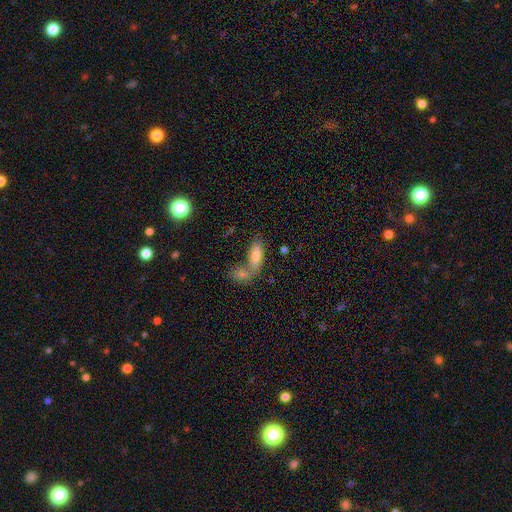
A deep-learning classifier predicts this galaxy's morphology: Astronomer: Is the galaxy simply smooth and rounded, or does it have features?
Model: smooth — 78%.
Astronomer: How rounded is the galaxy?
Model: in between — 77%.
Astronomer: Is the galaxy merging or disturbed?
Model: merger — 47% (runner-up: none, 39%).